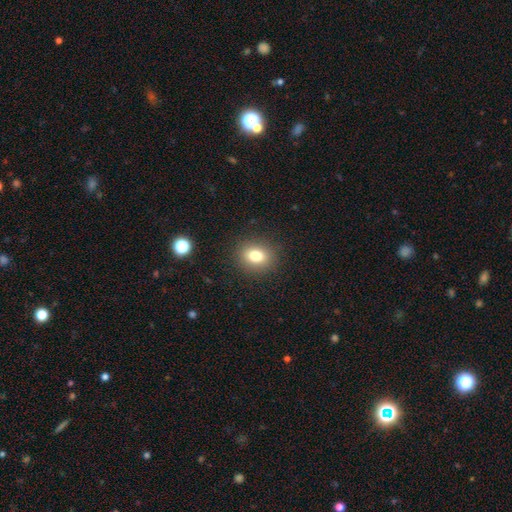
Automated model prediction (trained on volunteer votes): Smooth or featured: smooth — 80% (star or artifact — 12%)
How rounded: round — 60% (in between — 39%)
Merging: none — 89% (minor disturbance — 7%)